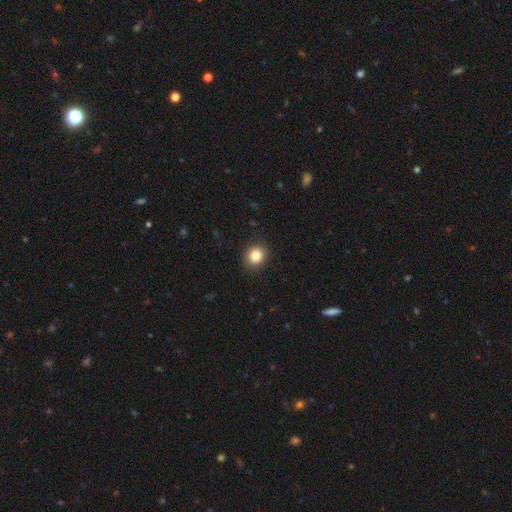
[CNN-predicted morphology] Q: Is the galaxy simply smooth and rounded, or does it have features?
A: smooth — 83%.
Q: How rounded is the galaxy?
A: round — 76%.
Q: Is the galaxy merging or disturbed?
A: none — 90%.